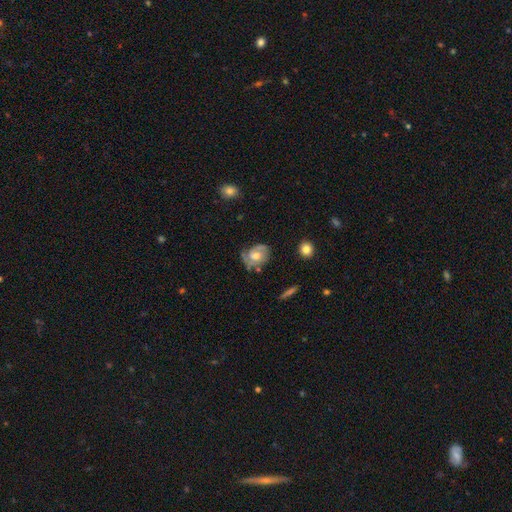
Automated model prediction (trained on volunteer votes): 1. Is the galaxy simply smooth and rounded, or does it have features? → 65% featured or disk, 28% smooth, 7% star or artifact.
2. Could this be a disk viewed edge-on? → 96% no, 4% yes.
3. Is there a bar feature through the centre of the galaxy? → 66% no, 29% weak, 5% strong.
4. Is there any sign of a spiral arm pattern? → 82% yes, 18% no.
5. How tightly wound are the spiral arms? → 48% tight, 38% medium, 15% loose.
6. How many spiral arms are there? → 54% 2, 20% can't tell, 18% 1, 5% 3, 2% 4, 1% more than 4.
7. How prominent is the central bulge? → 70% moderate, 17% small, 9% large, 2% none, 1% dominant.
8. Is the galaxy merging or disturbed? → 59% none, 27% minor disturbance, 11% major disturbance, 4% merger.